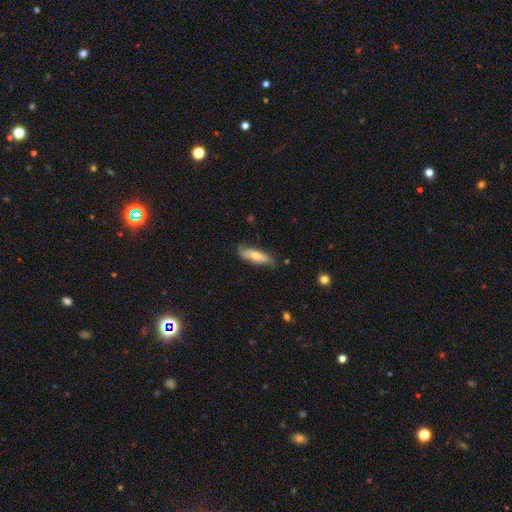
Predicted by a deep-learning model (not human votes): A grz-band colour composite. It shows a smooth galaxy with no disk features (61%) that is in between round and cigar-shaped (50%). Merging: none (73%).